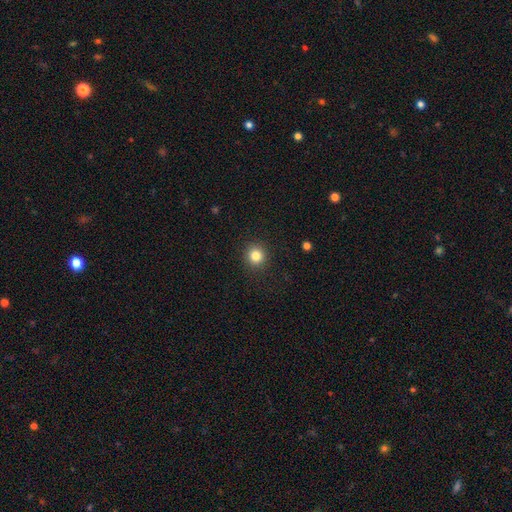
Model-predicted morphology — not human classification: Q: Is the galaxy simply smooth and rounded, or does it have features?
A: smooth — 83%.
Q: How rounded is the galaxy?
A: round — 92%.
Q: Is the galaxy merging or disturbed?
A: none — 91%.